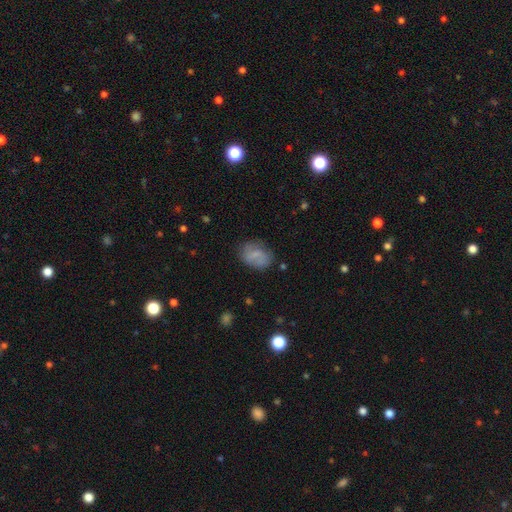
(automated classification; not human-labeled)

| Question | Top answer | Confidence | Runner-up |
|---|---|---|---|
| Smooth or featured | smooth | 63% | featured or disk (27%) |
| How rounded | in between | 71% | round (28%) |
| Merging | none | 66% | minor disturbance (22%) |